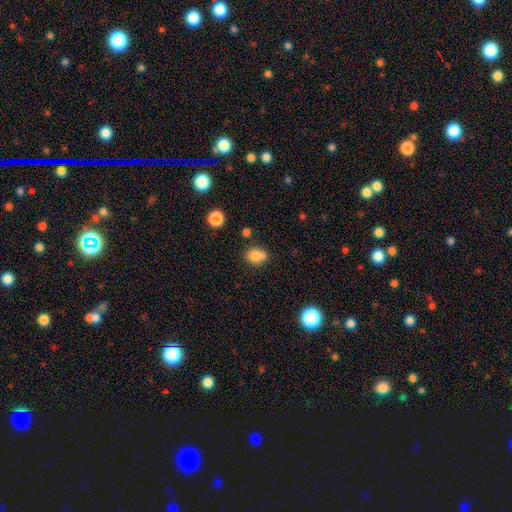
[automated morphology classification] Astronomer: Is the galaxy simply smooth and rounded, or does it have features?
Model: smooth — 80%.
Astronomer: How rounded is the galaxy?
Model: round — 62%.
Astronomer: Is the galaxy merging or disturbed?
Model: none — 52% (runner-up: merger, 27%).